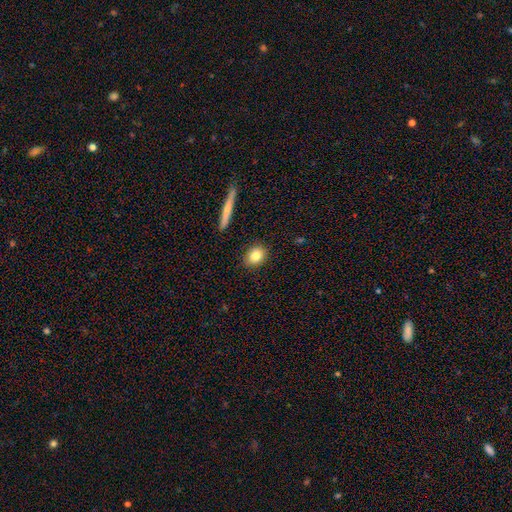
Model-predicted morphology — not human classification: Smooth or featured? smooth (81%)
How rounded? round (53%)
Merging? none (89%)